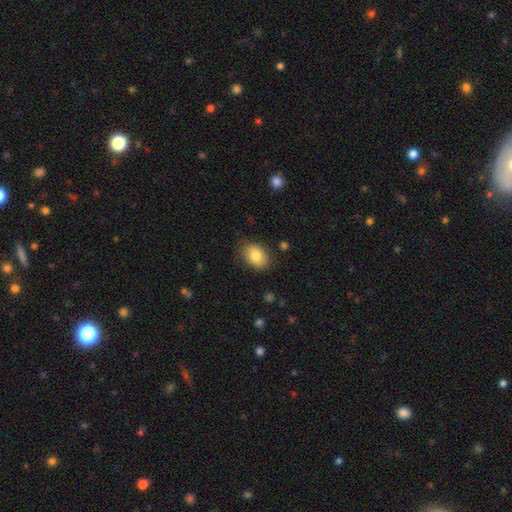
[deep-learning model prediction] Smooth or featured?
  - smooth: 82% *
  - featured or disk: 11%
  - star or artifact: 7%
How rounded?
  - in between: 81% *
  - round: 18%
  - cigar-shaped: 1%
Merging?
  - none: 83% *
  - minor disturbance: 13%
  - major disturbance: 3%
  - merger: 1%